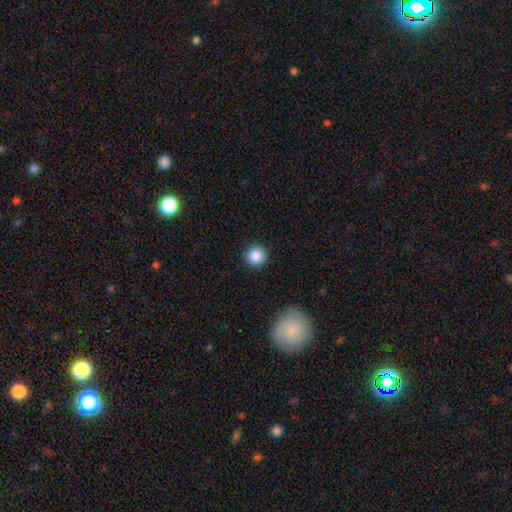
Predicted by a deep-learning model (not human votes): A smooth galaxy with no disk features (88%) that is round (94%).

Vote fractions:
- Smooth or featured? smooth: 88% / star or artifact: 9% / featured or disk: 3%
- How rounded? round: 94% / in between: 5% / cigar-shaped: 1%
- Merging? none: 91% / minor disturbance: 6% / major disturbance: 2% / merger: 1%